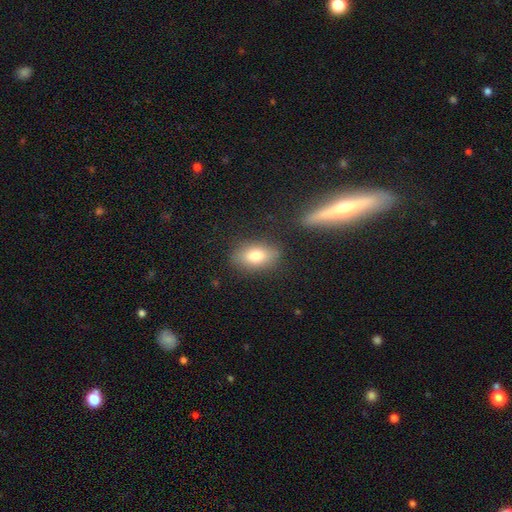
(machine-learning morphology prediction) This is likely a smooth galaxy (76%). How rounded: clearly in between (84%). Merging: clearly none (82%).